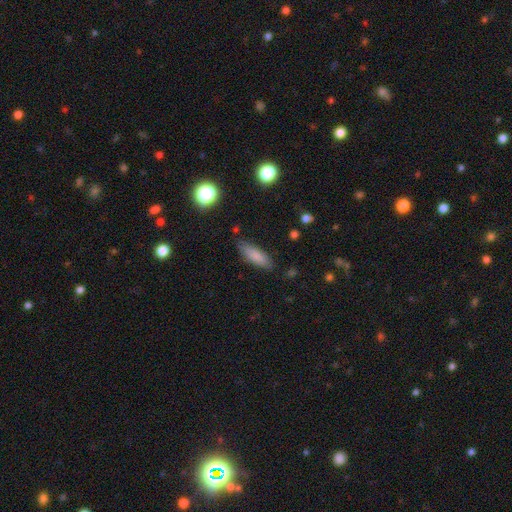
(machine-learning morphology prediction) This is clearly a smooth galaxy (83%). How rounded: possibly in between (58%). Merging: likely none (79%).